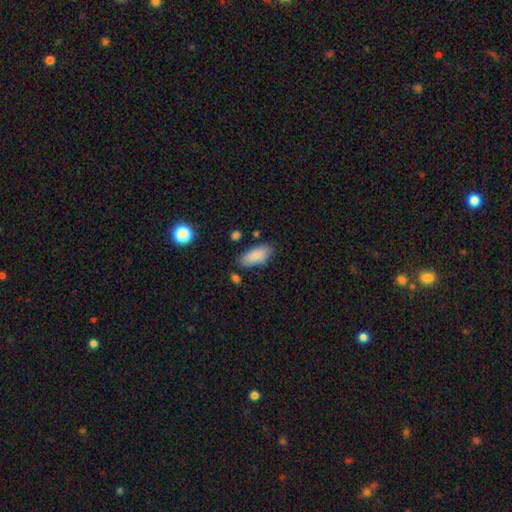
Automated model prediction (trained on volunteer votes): This appears to be a smooth galaxy with no disk features (88%) that is in between round and cigar-shaped (86%). Merging: none (78%).